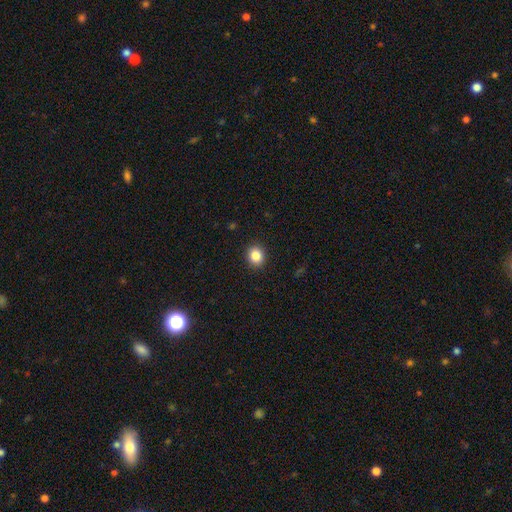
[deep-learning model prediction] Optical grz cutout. It shows a smooth galaxy with no disk features (85%) that is round (74%). Merging: none (91%).